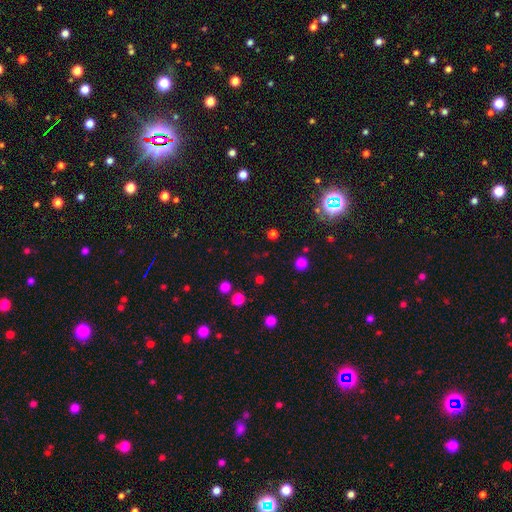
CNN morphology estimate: Smooth or featured? Predicted: smooth (p=0.51). How rounded? Predicted: round (p=0.88). Merging? Predicted: none (p=0.82).